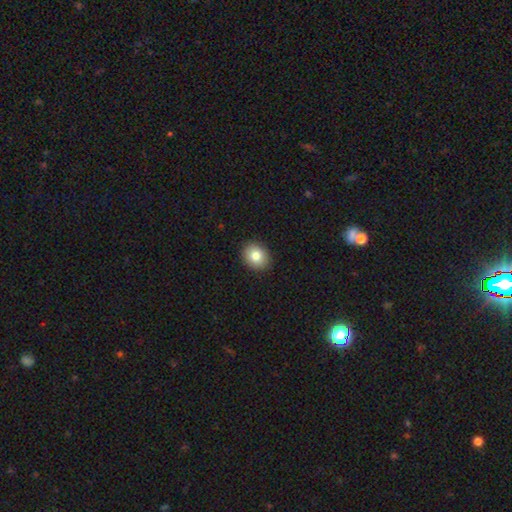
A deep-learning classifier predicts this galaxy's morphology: Q: Smooth or featured?
A: smooth (83%); runner-up: star or artifact (9%)
Q: How rounded?
A: round (64%); runner-up: in between (35%)
Q: Merging?
A: none (91%); runner-up: minor disturbance (6%)